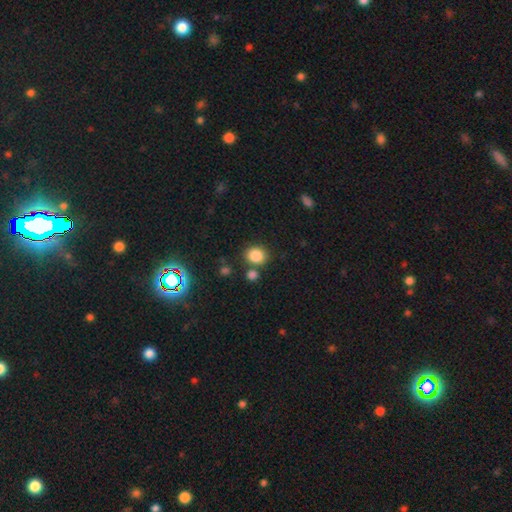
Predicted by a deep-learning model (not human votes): smooth_or_featured: smooth (p=0.84) [alt: star or artifact p=0.11]
how_rounded: round (p=0.67) [alt: in between p=0.32]
merging: none (p=0.73) [alt: merger p=0.13]